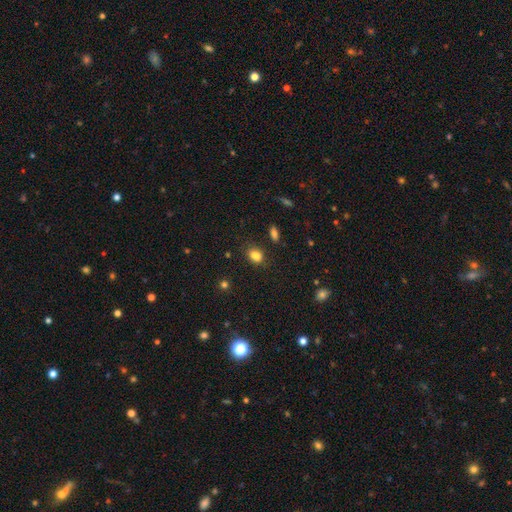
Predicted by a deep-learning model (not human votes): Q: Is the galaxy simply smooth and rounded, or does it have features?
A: smooth — 82%.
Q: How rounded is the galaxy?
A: in between — 66%.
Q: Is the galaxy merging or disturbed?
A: none — 71%.